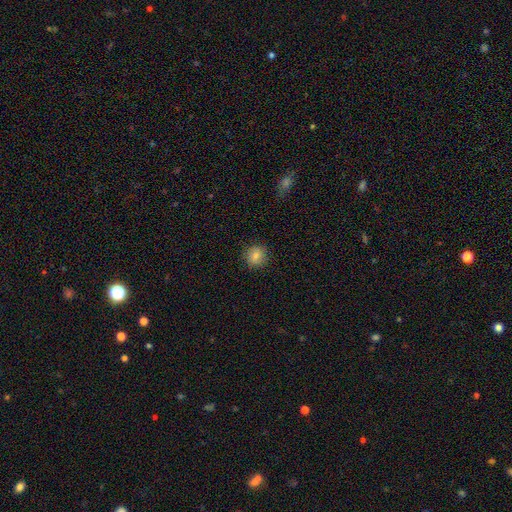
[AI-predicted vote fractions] Smooth or featured? Predicted: smooth (p=0.82). How rounded? Predicted: round (p=0.90). Merging? Predicted: none (p=0.89).